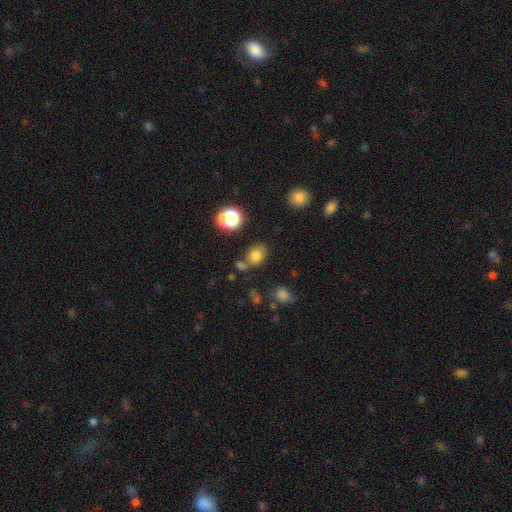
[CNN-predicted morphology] smooth-or-featured: smooth: 75% | star or artifact: 16% | featured or disk: 8%
  how-rounded: in between: 57% | round: 42% | cigar-shaped: 1%
  merging: none: 61% | merger: 17% | minor disturbance: 16% | major disturbance: 6%